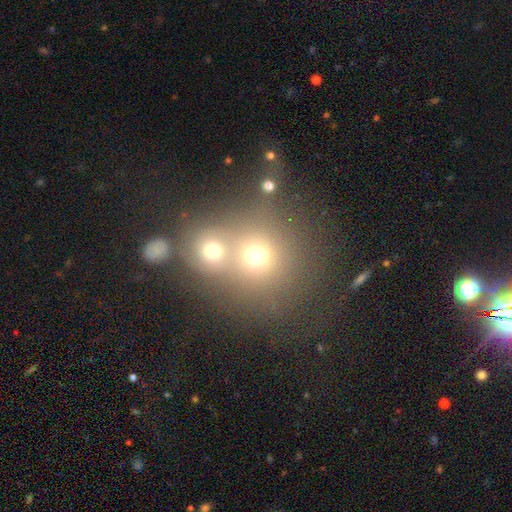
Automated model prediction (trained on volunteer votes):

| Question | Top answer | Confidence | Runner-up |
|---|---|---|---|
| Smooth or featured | smooth | 68% | star or artifact (17%) |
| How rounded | round | 84% | in between (15%) |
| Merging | merger | 53% | none (36%) |